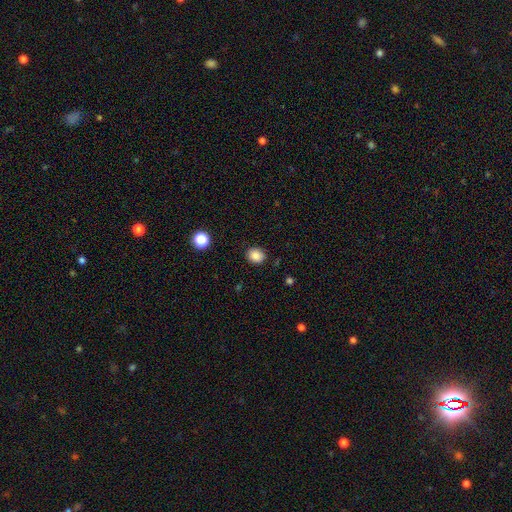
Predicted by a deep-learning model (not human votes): The model was most divided on "how rounded": round: 66%, in between: 33%, cigar-shaped: 1%. More confident: merging — none (88%); smooth or featured — smooth (86%).